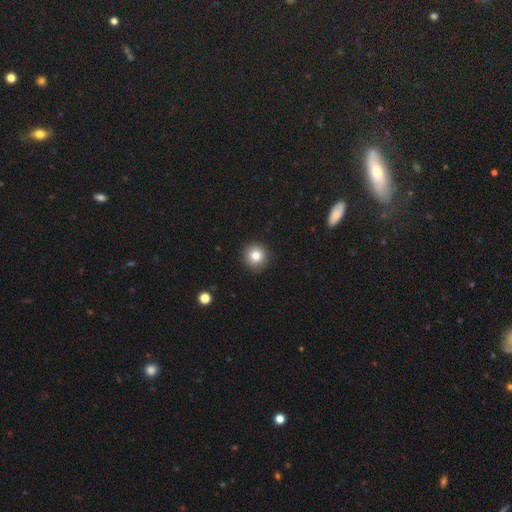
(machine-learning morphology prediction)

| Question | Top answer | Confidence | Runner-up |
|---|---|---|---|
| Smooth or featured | smooth | 83% | star or artifact (11%) |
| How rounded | round | 95% | in between (4%) |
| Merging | none | 92% | minor disturbance (5%) |